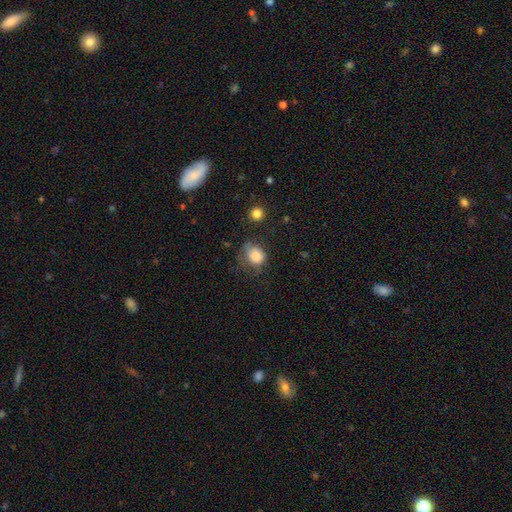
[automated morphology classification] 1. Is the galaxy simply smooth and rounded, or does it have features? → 82% smooth, 9% star or artifact, 8% featured or disk.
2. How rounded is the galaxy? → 57% round, 42% in between, 1% cigar-shaped.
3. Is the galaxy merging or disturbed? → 43% none, 33% minor disturbance, 21% major disturbance, 3% merger.